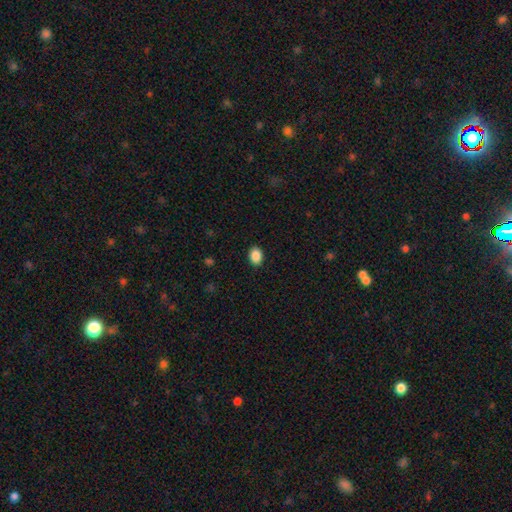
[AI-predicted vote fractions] Overall: smooth (89%). How rounded: in between (72%). Merging: none (90%).